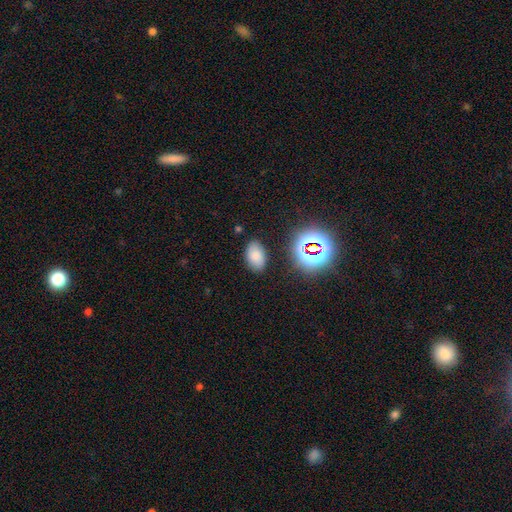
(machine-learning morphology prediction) smooth_or_featured: smooth (p=0.75) [alt: star or artifact p=0.16]
how_rounded: in between (p=0.90) [alt: round p=0.09]
merging: none (p=0.82) [alt: minor disturbance p=0.12]